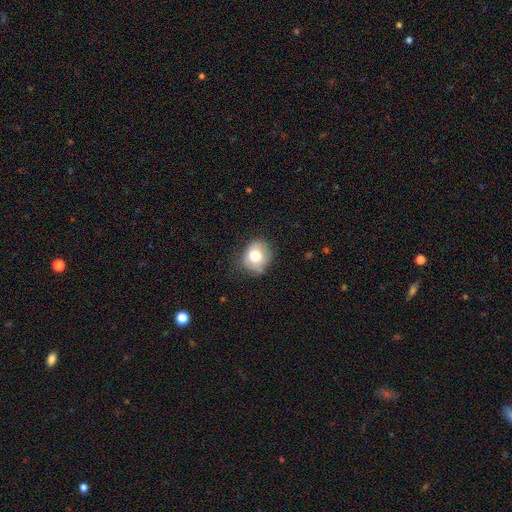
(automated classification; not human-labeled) Morphology: type=smooth (75%); roundness=round (66%); merging=none (61%).